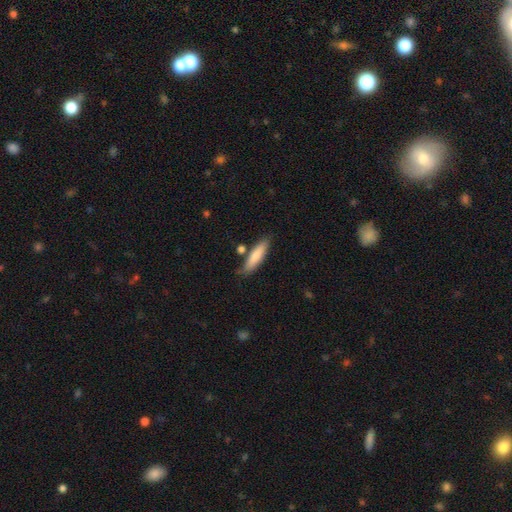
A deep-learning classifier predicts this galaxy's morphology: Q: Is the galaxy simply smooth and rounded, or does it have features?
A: smooth — 79%.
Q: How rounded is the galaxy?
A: cigar-shaped — 66%.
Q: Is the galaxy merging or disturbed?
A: none — 74%.